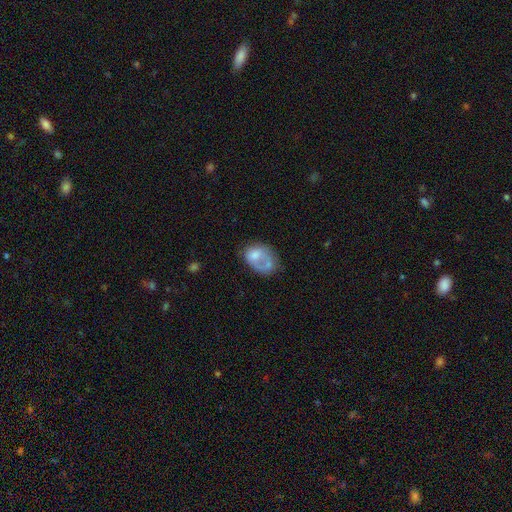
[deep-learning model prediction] Overall: smooth (58%; featured or disk 34%). How rounded: in between (71%). Merging: major disturbance (31%; none 30%).